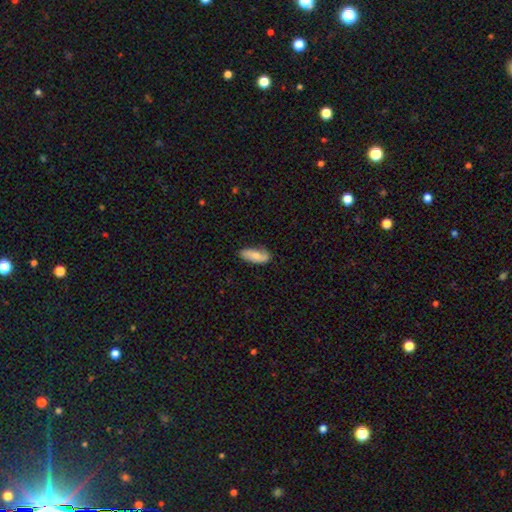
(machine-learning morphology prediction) A smooth galaxy with no disk features (63%) that is in between round and cigar-shaped (83%).

Vote fractions:
- Smooth or featured? smooth: 63% / featured or disk: 31% / star or artifact: 6%
- How rounded? in between: 83% / cigar-shaped: 14% / round: 3%
- Merging? none: 74% / minor disturbance: 21% / major disturbance: 4% / merger: 1%